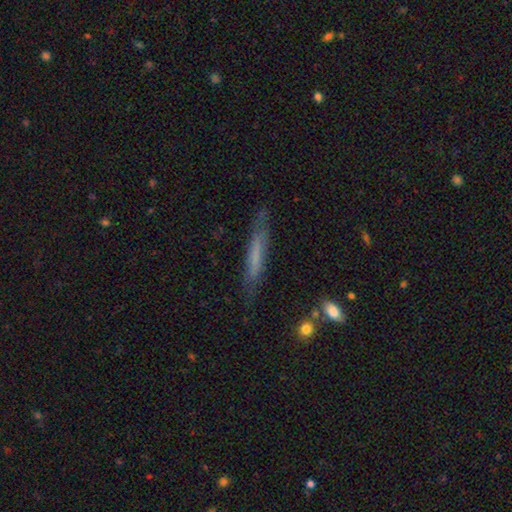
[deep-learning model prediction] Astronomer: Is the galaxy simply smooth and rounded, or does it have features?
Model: smooth — 52% (runner-up: featured or disk, 40%).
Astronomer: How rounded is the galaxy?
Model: cigar-shaped — 92%.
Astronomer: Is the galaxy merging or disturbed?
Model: none — 75%.